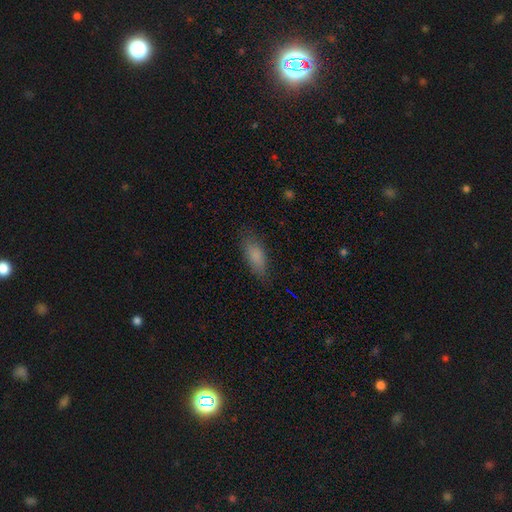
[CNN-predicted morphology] This is clearly a smooth galaxy (83%). How rounded: likely in between (72%). Merging: likely none (78%).